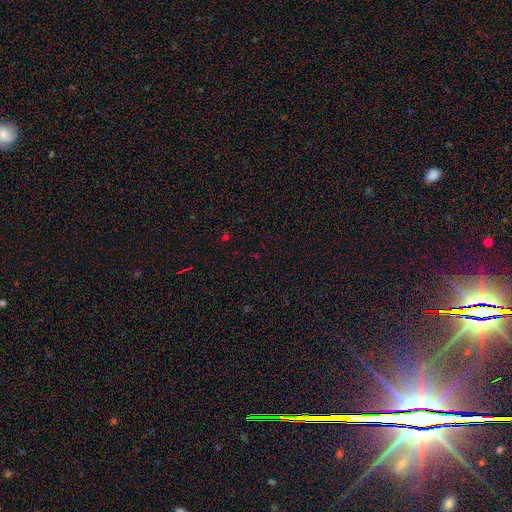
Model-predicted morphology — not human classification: smooth_or_featured: star or artifact (p=0.66) [alt: smooth p=0.26]